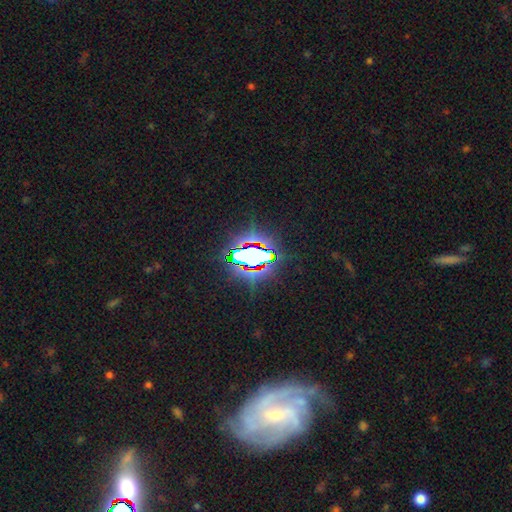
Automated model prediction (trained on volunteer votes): Overall: star or artifact (72%).